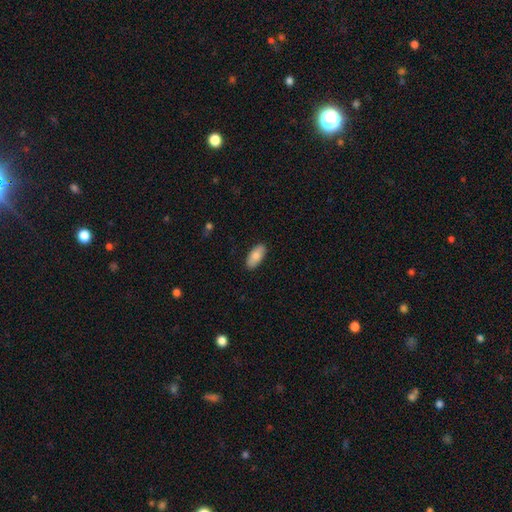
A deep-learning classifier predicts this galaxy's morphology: Smooth or featured?
  - smooth: 81% *
  - featured or disk: 14%
  - star or artifact: 6%
How rounded?
  - in between: 91% *
  - cigar-shaped: 7%
  - round: 2%
Merging?
  - none: 89% *
  - minor disturbance: 8%
  - major disturbance: 2%
  - merger: 1%